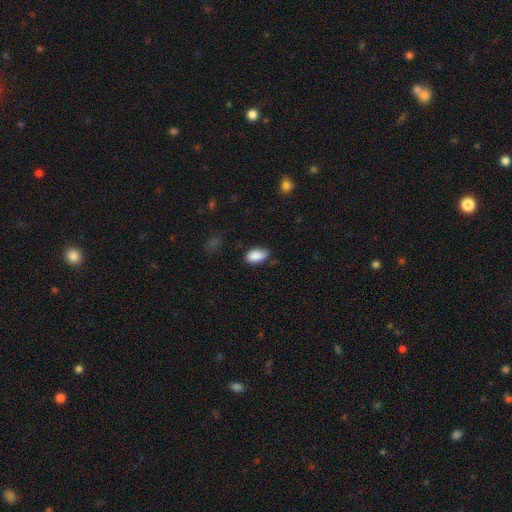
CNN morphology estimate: smooth_or_featured: smooth (p=0.88) [alt: star or artifact p=0.07]
how_rounded: in between (p=0.94) [alt: round p=0.04]
merging: none (p=0.73) [alt: minor disturbance p=0.21]